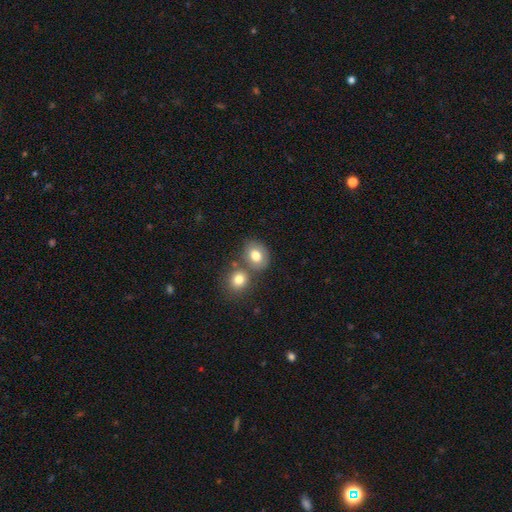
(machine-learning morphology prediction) smooth 77%, featured or disk 15%, star or artifact 9%. Down the decision tree: how rounded — in between (50%); merging — none (56%).